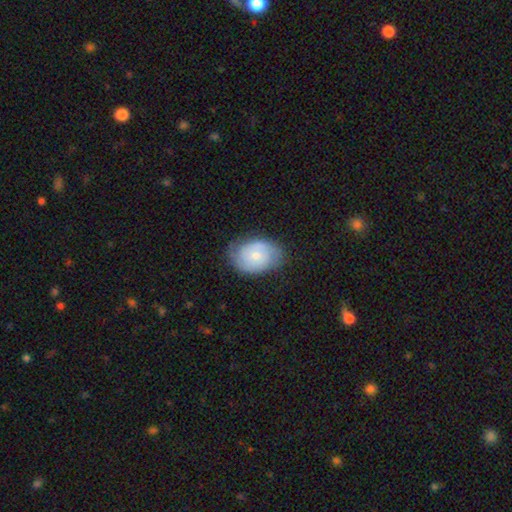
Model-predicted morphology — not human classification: smooth-or-featured: featured or disk: 49% | smooth: 44% | star or artifact: 7%
  merging: none: 70% | minor disturbance: 23% | major disturbance: 6% | merger: 1%